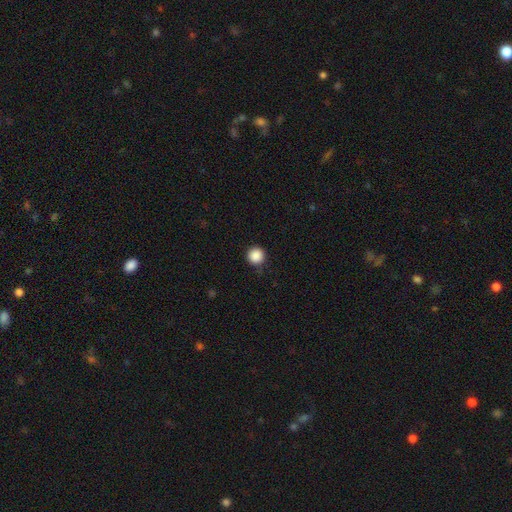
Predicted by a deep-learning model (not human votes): Smooth or featured: smooth — 88% (star or artifact — 9%)
How rounded: round — 95% (in between — 4%)
Merging: none — 87% (minor disturbance — 9%)